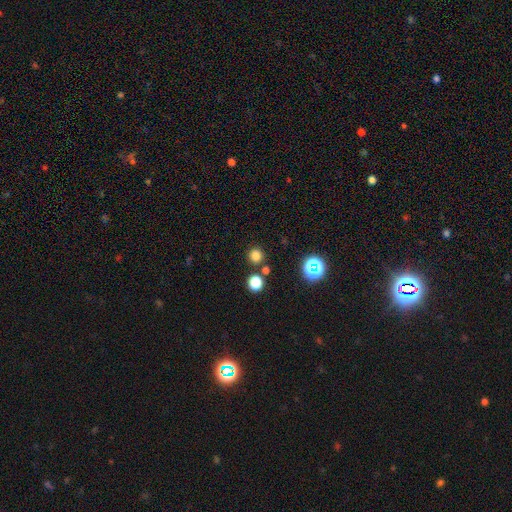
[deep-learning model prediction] Overall: smooth (77%). How rounded: round (93%). Merging: none (82%).